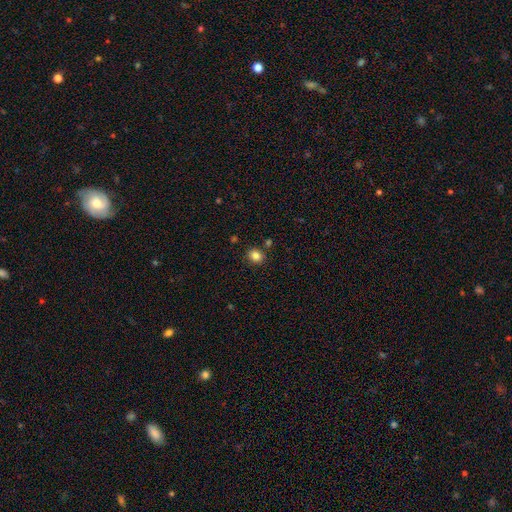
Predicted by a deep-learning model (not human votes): Smooth or featured?
  - smooth: 84% *
  - star or artifact: 11%
  - featured or disk: 5%
How rounded?
  - round: 57% *
  - in between: 42%
  - cigar-shaped: 1%
Merging?
  - none: 84% *
  - minor disturbance: 9%
  - merger: 4%
  - major disturbance: 3%